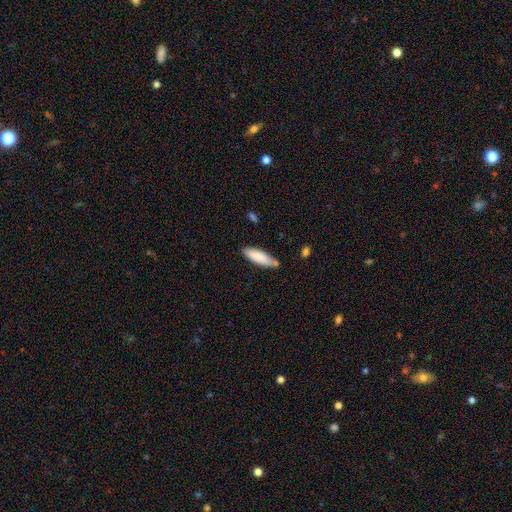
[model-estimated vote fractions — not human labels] smooth-or-featured: smooth: 85% | featured or disk: 9% | star or artifact: 6%
  how-rounded: cigar-shaped: 56% | in between: 42% | round: 1%
  merging: none: 76% | minor disturbance: 17% | merger: 4% | major disturbance: 3%